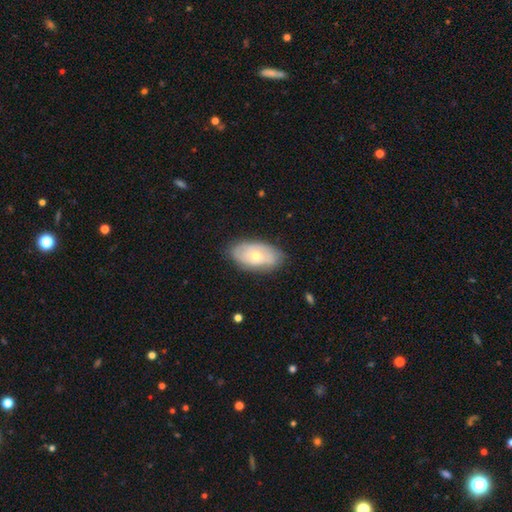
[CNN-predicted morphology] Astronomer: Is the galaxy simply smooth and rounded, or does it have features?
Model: featured or disk — 47%, tied with smooth at 47%.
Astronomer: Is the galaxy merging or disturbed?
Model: none — 78%.